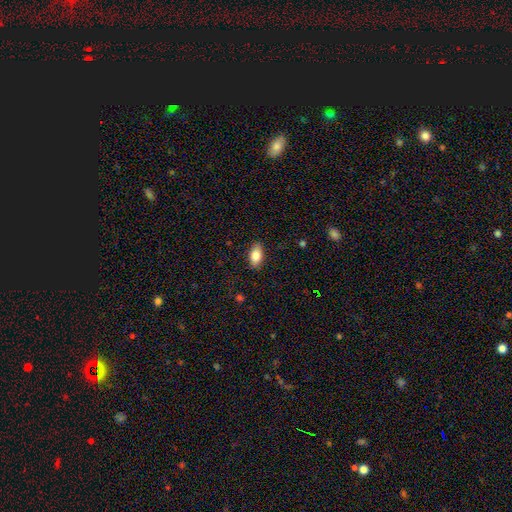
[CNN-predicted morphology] The model was most divided on "merging": none: 86%, minor disturbance: 11%, major disturbance: 3%, merger: 1%. More confident: how rounded — in between (91%); smooth or featured — smooth (85%).